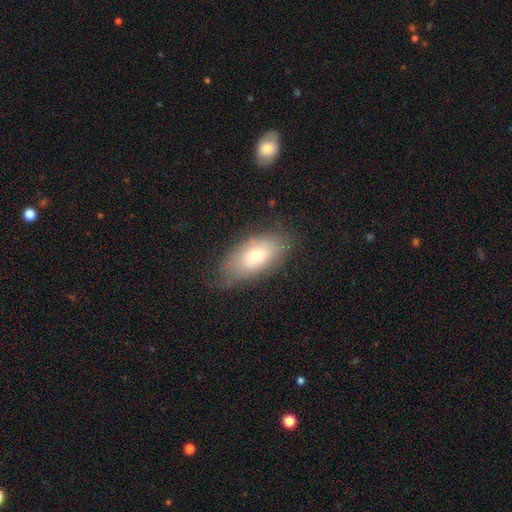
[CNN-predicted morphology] A smooth galaxy with no disk features (66%) that is in between round and cigar-shaped (91%).

Vote fractions:
- Smooth or featured? smooth: 66% / featured or disk: 26% / star or artifact: 8%
- How rounded? in between: 91% / cigar-shaped: 5% / round: 4%
- Merging? none: 72% / minor disturbance: 21% / major disturbance: 6% / merger: 1%